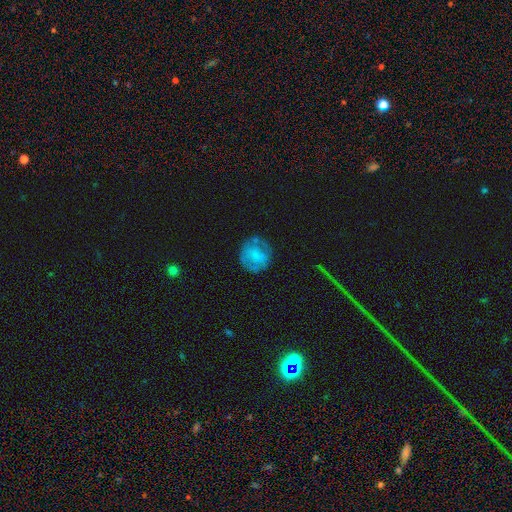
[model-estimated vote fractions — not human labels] Overall: smooth (55%; featured or disk 36%). How rounded: round (83%). Merging: none (68%).